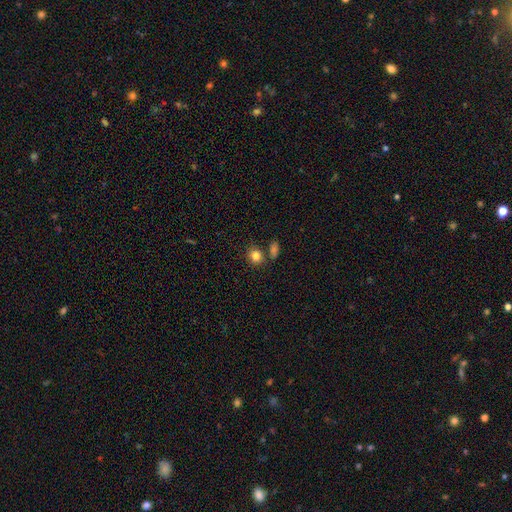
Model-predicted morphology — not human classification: A smooth galaxy with no disk features (84%) that is round (68%).

Vote fractions:
- Smooth or featured? smooth: 84% / star or artifact: 10% / featured or disk: 6%
- How rounded? round: 68% / in between: 31% / cigar-shaped: 1%
- Merging? none: 69% / merger: 15% / minor disturbance: 12% / major disturbance: 4%